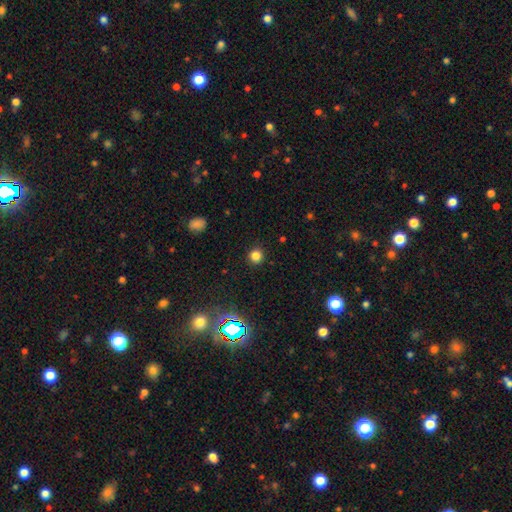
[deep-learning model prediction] Smooth or featured? smooth (79%)
How rounded? round (93%)
Merging? none (91%)